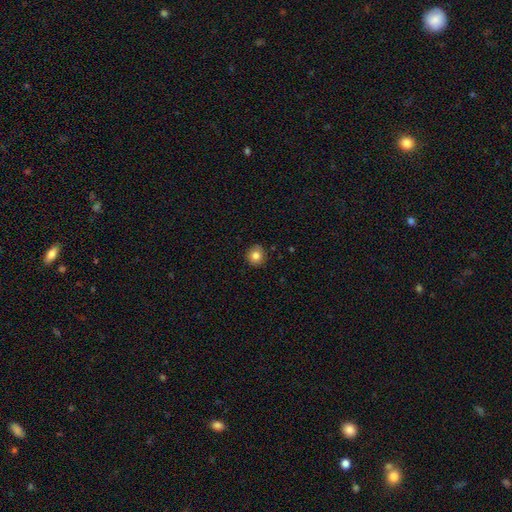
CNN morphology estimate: Q: Smooth or featured?
A: smooth (83%); runner-up: star or artifact (10%)
Q: How rounded?
A: round (92%); runner-up: in between (7%)
Q: Merging?
A: none (89%); runner-up: minor disturbance (8%)